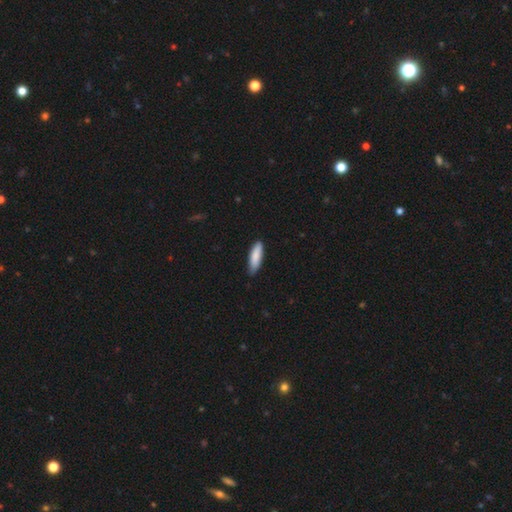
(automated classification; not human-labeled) Smooth or featured? Predicted: smooth (p=0.86). How rounded? Predicted: cigar-shaped (p=0.56). Merging? Predicted: none (p=0.83).